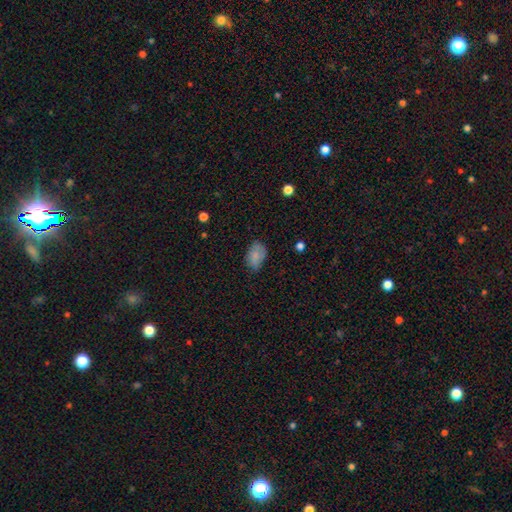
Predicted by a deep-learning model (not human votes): The model was most divided on "merging": none: 66%, minor disturbance: 26%, major disturbance: 6%, merger: 2%. More confident: how rounded — in between (88%); smooth or featured — smooth (81%).